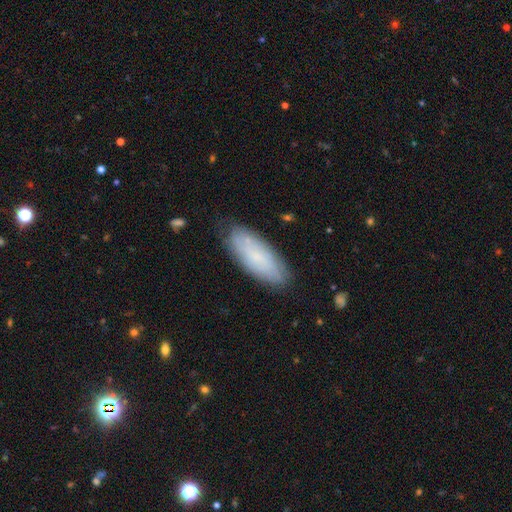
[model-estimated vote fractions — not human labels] Smooth or featured?
  - smooth: 66% *
  - featured or disk: 26%
  - star or artifact: 8%
How rounded?
  - in between: 74% *
  - cigar-shaped: 24%
  - round: 2%
Merging?
  - none: 81% *
  - minor disturbance: 15%
  - major disturbance: 3%
  - merger: 1%